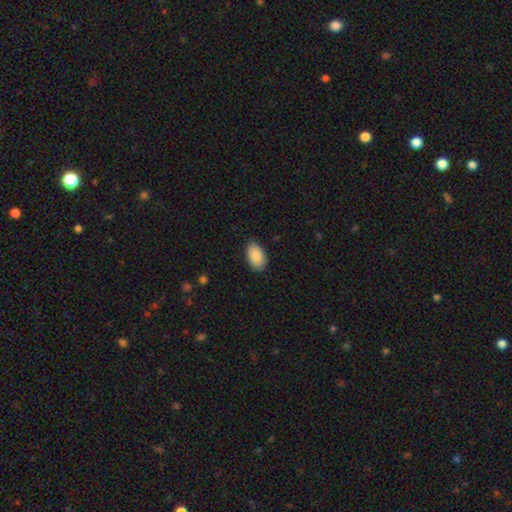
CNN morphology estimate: Q: Smooth or featured?
A: smooth (89%); runner-up: star or artifact (6%)
Q: How rounded?
A: in between (95%); runner-up: round (4%)
Q: Merging?
A: none (83%); runner-up: minor disturbance (14%)